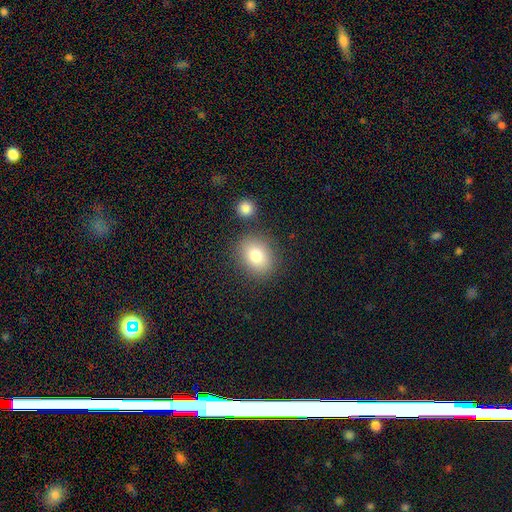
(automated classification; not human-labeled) smooth-or-featured: smooth: 80% | star or artifact: 10% | featured or disk: 10%
  how-rounded: round: 59% | in between: 40% | cigar-shaped: 1%
  merging: none: 80% | minor disturbance: 10% | merger: 7% | major disturbance: 3%